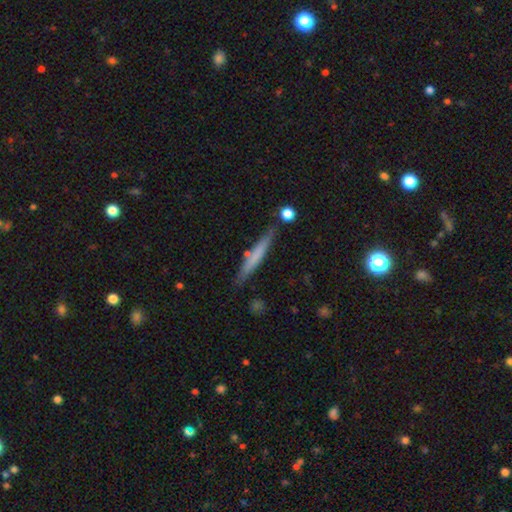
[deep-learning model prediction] This appears to be a smooth galaxy with no disk features (59%) that is cigar-shaped (95%). Merging: none (83%).